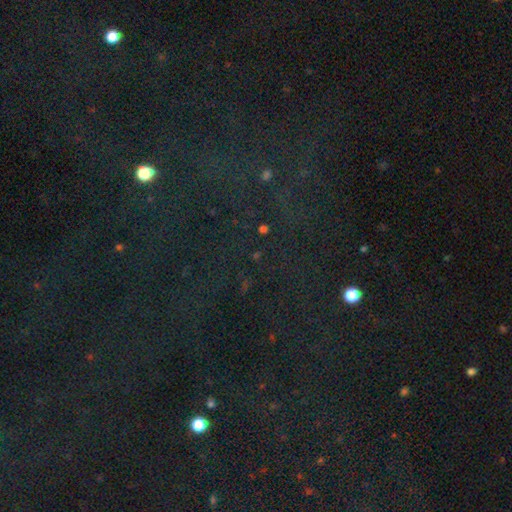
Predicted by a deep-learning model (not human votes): Smooth or featured? Predicted: star or artifact (p=0.82).